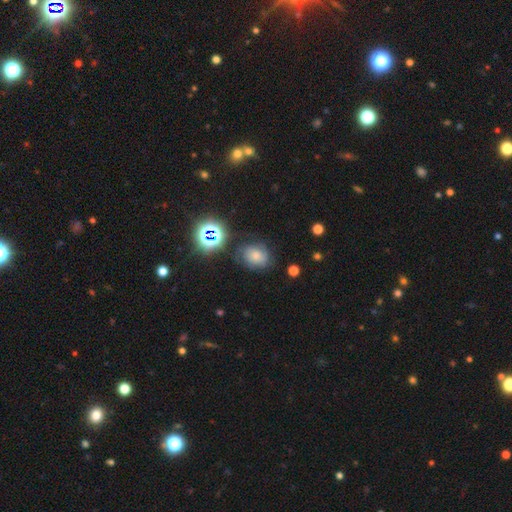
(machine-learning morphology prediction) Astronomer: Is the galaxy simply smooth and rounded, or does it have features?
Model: smooth — 39% (runner-up: star or artifact, 35%).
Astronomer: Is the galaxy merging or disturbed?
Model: none — 77%.